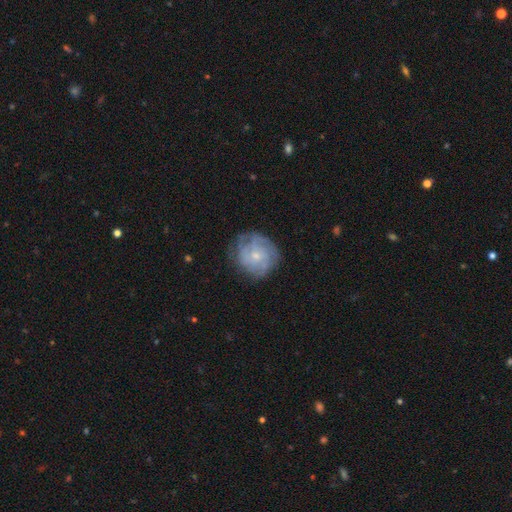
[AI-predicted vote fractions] Smooth or featured? Predicted: featured or disk (p=0.65). Edge-on disk? Predicted: no (p=0.98). Bar? Predicted: no (p=0.78). Spiral arms? Predicted: yes (p=0.81). Spiral winding? Predicted: tight (p=0.59). Spiral arm count? Predicted: can't tell (p=0.49). Bulge size? Predicted: small (p=0.69). Merging? Predicted: none (p=0.69).